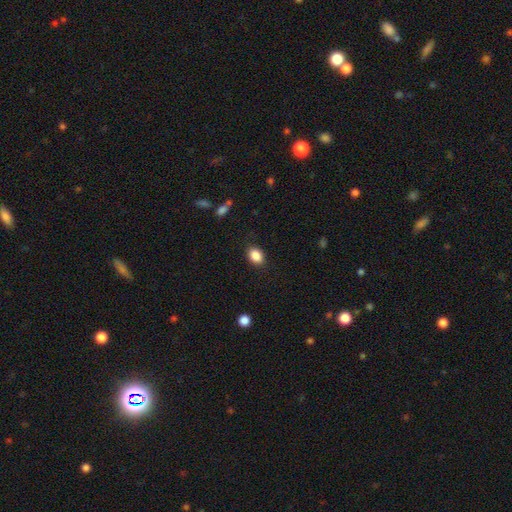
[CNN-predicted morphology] This is clearly a smooth galaxy (88%). How rounded: likely in between (75%). Merging: clearly none (87%).